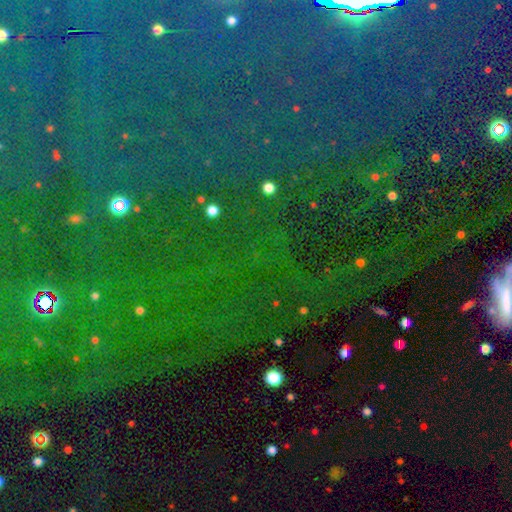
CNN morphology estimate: type=star or artifact (82%).